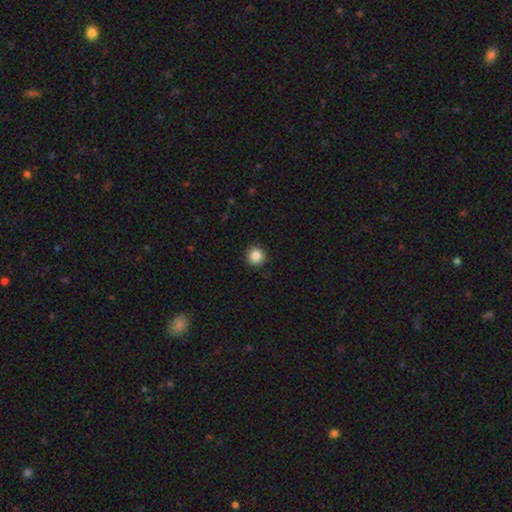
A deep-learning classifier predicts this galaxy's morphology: type=smooth (86%); roundness=round (96%); merging=none (92%).